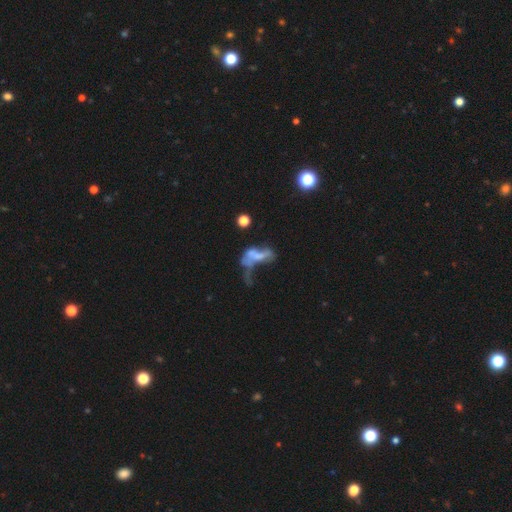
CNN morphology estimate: A featured or disk galaxy (50%).

Vote fractions:
- Smooth or featured? featured or disk: 50% / smooth: 34% / star or artifact: 16%
- Merging? merger: 39% / major disturbance: 38% / none: 14% / minor disturbance: 10%